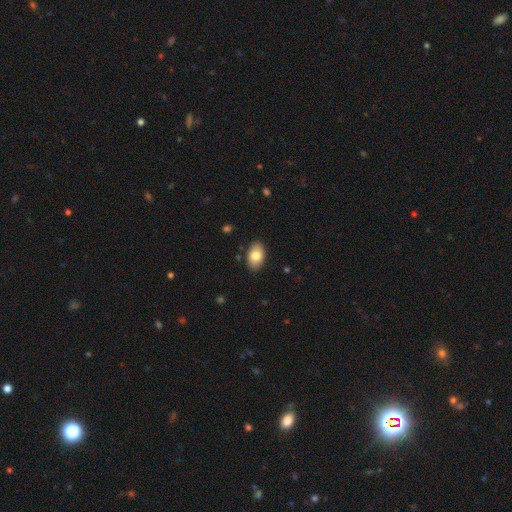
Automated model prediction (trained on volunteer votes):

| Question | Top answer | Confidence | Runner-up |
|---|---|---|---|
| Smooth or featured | smooth | 80% | featured or disk (13%) |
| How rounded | in between | 92% | round (7%) |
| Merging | none | 87% | minor disturbance (9%) |